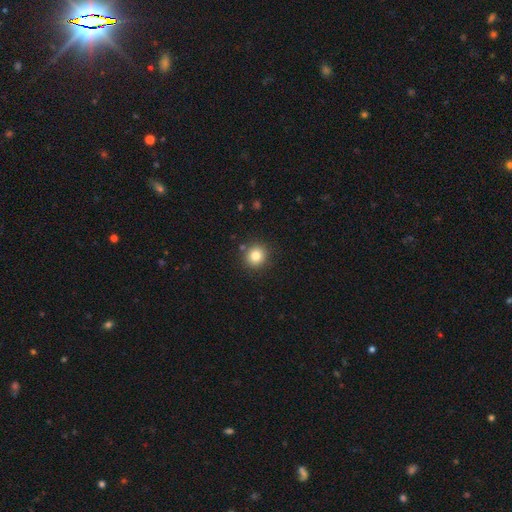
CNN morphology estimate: This appears to be a smooth galaxy with no disk features (82%) that is round (89%). Merging: none (88%).